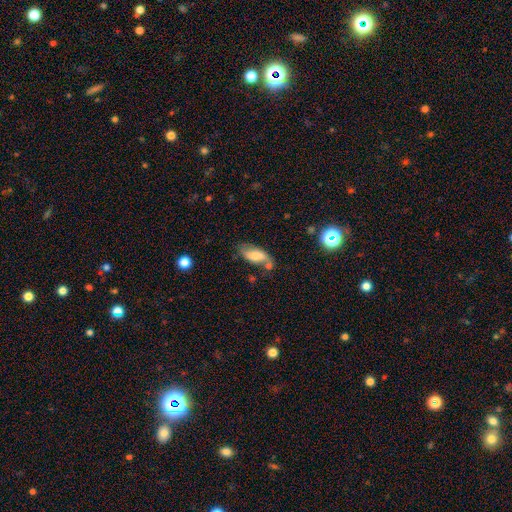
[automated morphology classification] smooth-or-featured: smooth: 59% | featured or disk: 32% | star or artifact: 9%
  how-rounded: in between: 83% | cigar-shaped: 14% | round: 4%
  merging: none: 51% | minor disturbance: 26% | merger: 14% | major disturbance: 10%